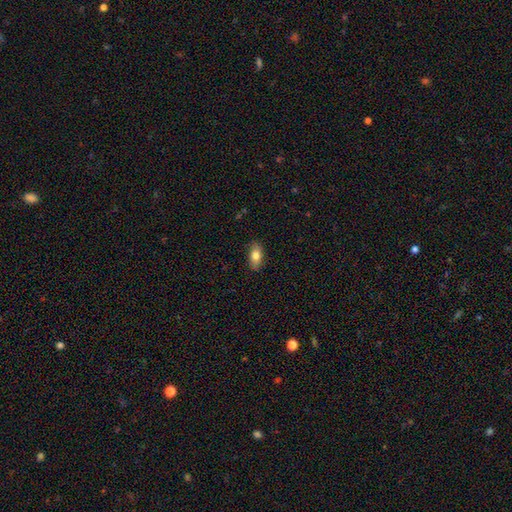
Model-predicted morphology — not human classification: Q: Smooth or featured?
A: smooth (77%); runner-up: featured or disk (16%)
Q: How rounded?
A: in between (88%); runner-up: cigar-shaped (8%)
Q: Merging?
A: none (87%); runner-up: minor disturbance (10%)